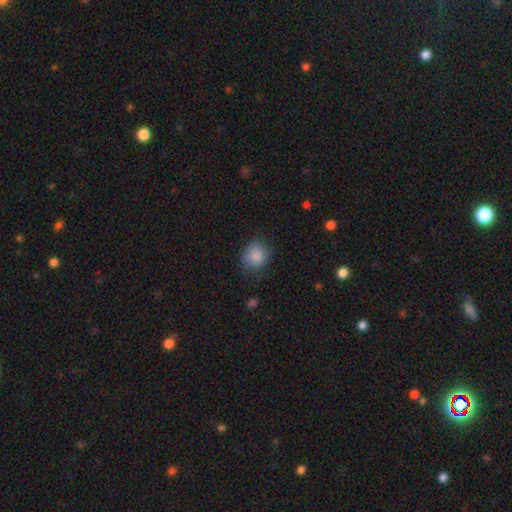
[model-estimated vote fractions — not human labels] This is clearly a smooth galaxy (86%). How rounded: likely round (73%). Merging: likely none (74%).